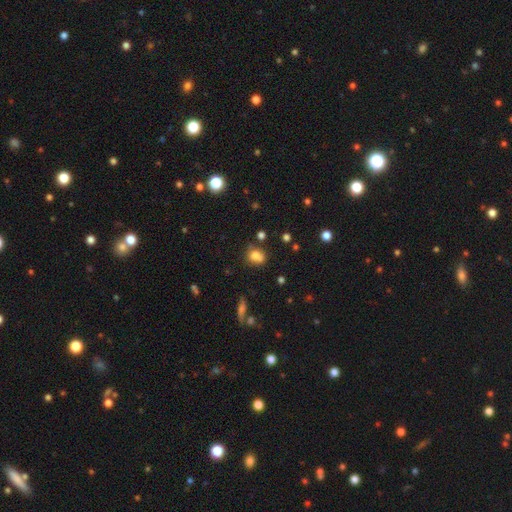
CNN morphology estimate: type=smooth (77%); roundness=round (53%); merging=none (55%).